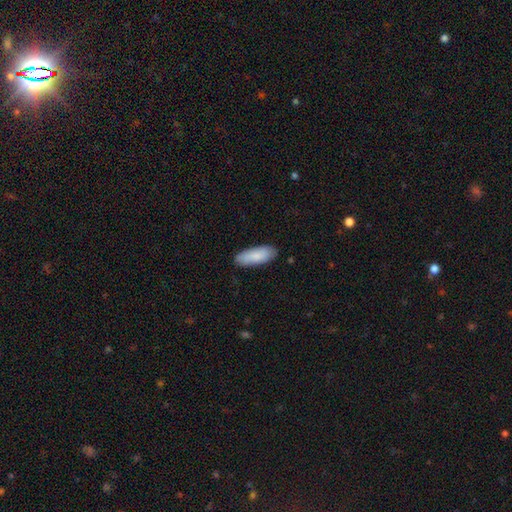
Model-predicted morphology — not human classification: Overall: smooth (86%). How rounded: in between (70%). Merging: none (85%).